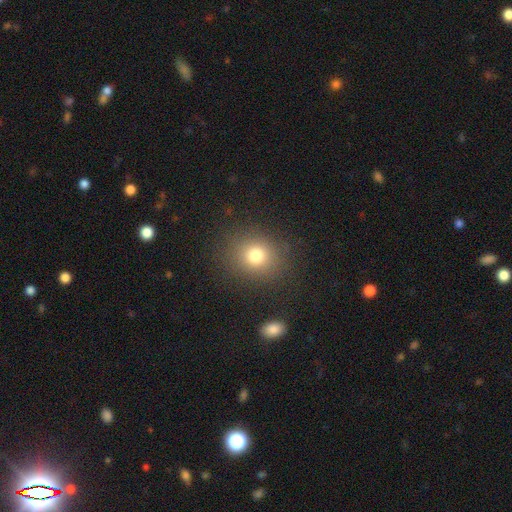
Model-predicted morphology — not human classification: smooth_or_featured: smooth (p=0.77) [alt: star or artifact p=0.15]
how_rounded: round (p=0.75) [alt: in between p=0.24]
merging: none (p=0.85) [alt: minor disturbance p=0.09]